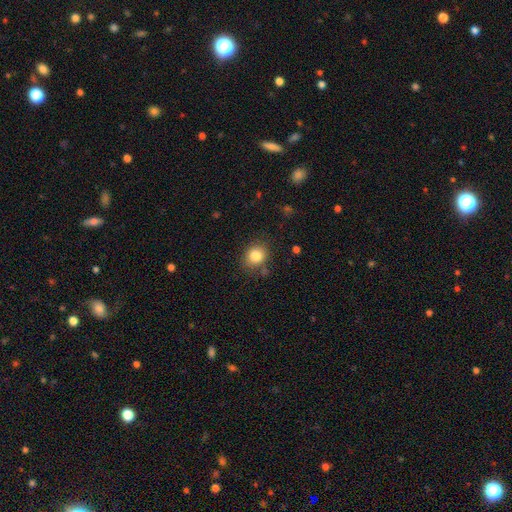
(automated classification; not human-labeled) Overall: smooth (84%). How rounded: round (70%). Merging: none (80%).